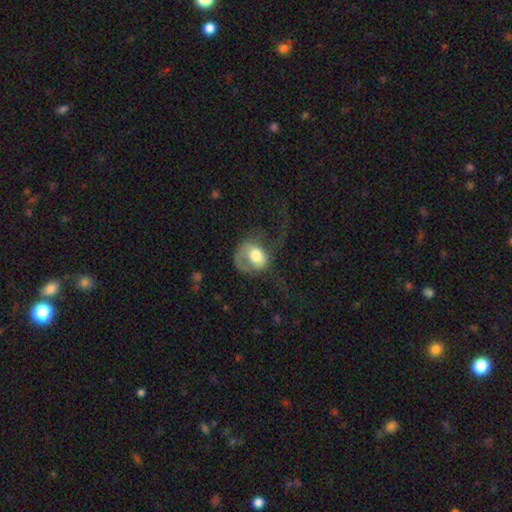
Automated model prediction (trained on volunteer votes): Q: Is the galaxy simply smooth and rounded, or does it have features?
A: smooth — 47%.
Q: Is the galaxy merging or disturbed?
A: major disturbance — 54%.